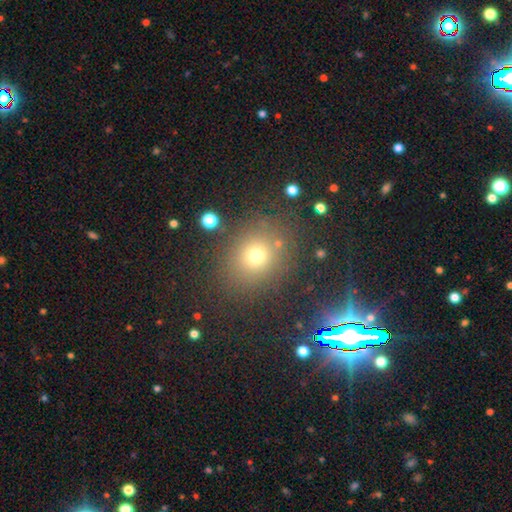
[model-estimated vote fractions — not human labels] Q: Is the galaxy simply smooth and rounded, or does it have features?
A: smooth — 69%.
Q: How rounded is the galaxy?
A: round — 73%.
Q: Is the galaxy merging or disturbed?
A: none — 82%.